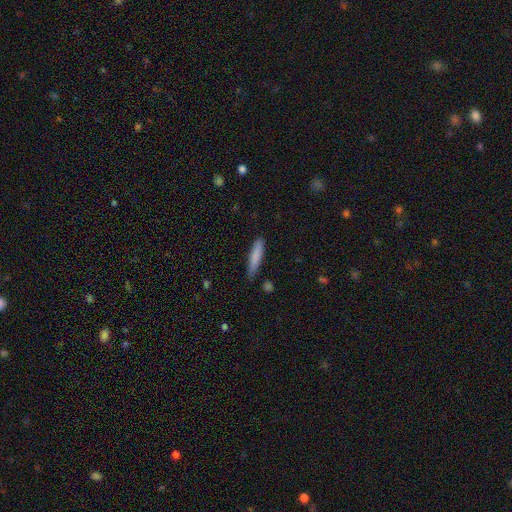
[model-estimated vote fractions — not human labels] smooth_or_featured: smooth (p=0.81) [alt: featured or disk p=0.13]
how_rounded: cigar-shaped (p=0.88) [alt: in between p=0.11]
merging: none (p=0.77) [alt: minor disturbance p=0.19]